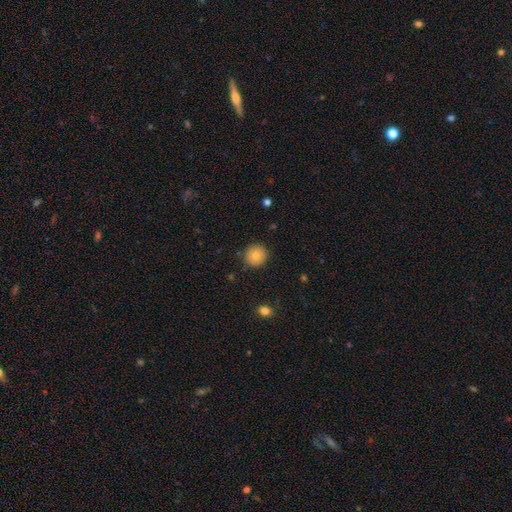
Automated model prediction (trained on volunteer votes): smooth 79%, featured or disk 12%, star or artifact 9%. Down the decision tree: how rounded — round (93%); merging — none (89%).